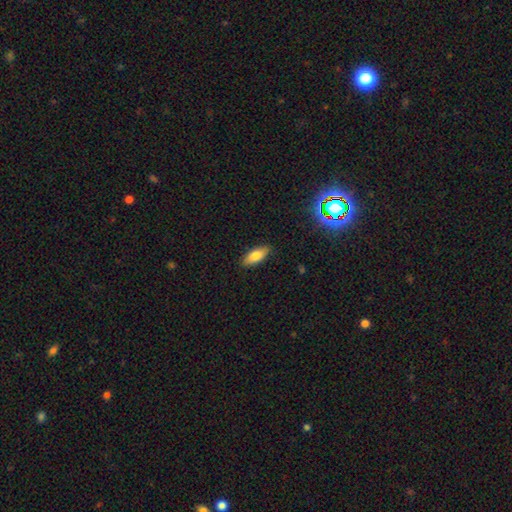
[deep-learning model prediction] The model was most divided on "how rounded": in between: 78%, cigar-shaped: 20%, round: 2%. More confident: merging — none (87%); smooth or featured — smooth (79%).